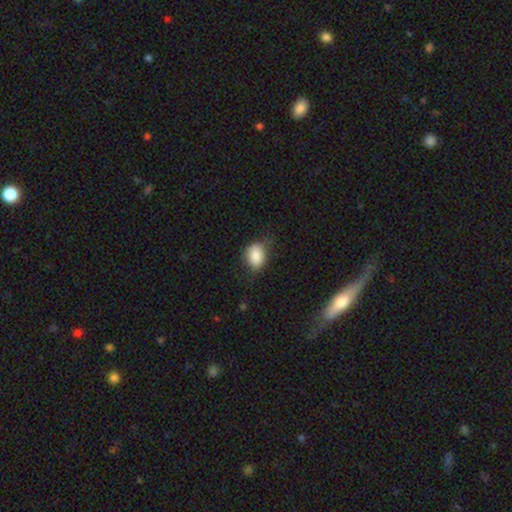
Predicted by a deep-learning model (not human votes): A smooth galaxy with no disk features (83%) that is in between round and cigar-shaped (63%).

Vote fractions:
- Smooth or featured? smooth: 83% / featured or disk: 9% / star or artifact: 8%
- How rounded? in between: 63% / round: 35% / cigar-shaped: 1%
- Merging? none: 67% / minor disturbance: 25% / major disturbance: 7% / merger: 1%